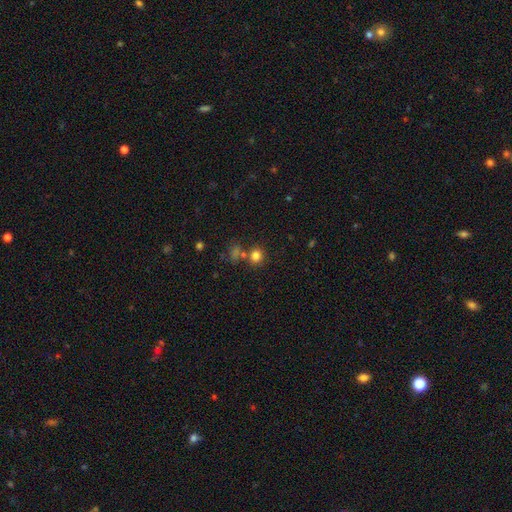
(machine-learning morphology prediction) type=smooth (80%); roundness=round (87%); merging=none (73%).